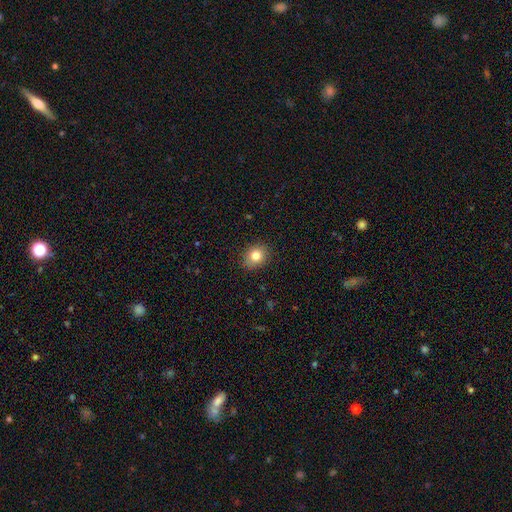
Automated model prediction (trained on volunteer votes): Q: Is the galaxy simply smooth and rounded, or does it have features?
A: smooth — 82%.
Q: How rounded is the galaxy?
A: round — 60%.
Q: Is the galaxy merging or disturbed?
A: none — 89%.